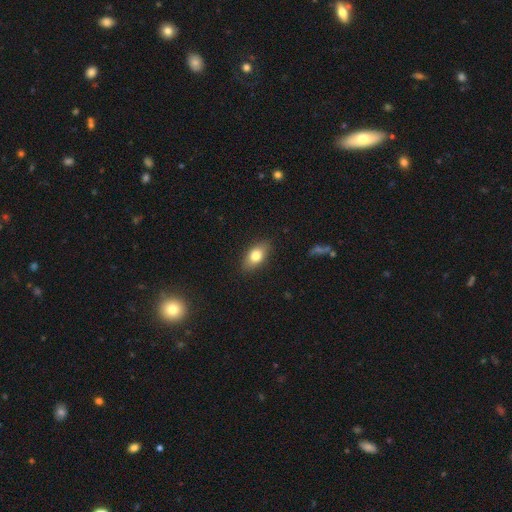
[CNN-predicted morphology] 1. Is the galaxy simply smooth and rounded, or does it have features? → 76% smooth, 16% featured or disk, 8% star or artifact.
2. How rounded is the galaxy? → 86% in between, 8% round, 6% cigar-shaped.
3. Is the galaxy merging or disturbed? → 87% none, 10% minor disturbance, 2% major disturbance, 1% merger.